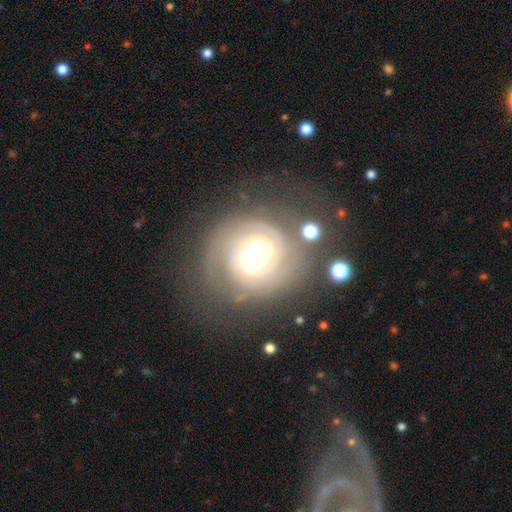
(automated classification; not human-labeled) A featured or disk galaxy (84%) with no bar (76%), 2 (35%) tight (81%) spiral arms (96%) and a moderate central bulge (55%).

Vote fractions:
- Smooth or featured? featured or disk: 84% / smooth: 9% / star or artifact: 6%
- Edge-on disk? no: 97% / yes: 3%
- Bar? no: 76% / weak: 18% / strong: 6%
- Spiral arms? yes: 96% / no: 4%
- Spiral winding? tight: 81% / medium: 15% / loose: 4%
- Spiral arm count? 2: 35% / can't tell: 26% / 3: 19% / 4: 8% / more than 4: 6% / 1: 6%
- Bulge size? moderate: 55% / small: 34% / large: 8% / dominant: 2% / none: 1%
- Merging? none: 70% / minor disturbance: 17% / major disturbance: 10% / merger: 3%